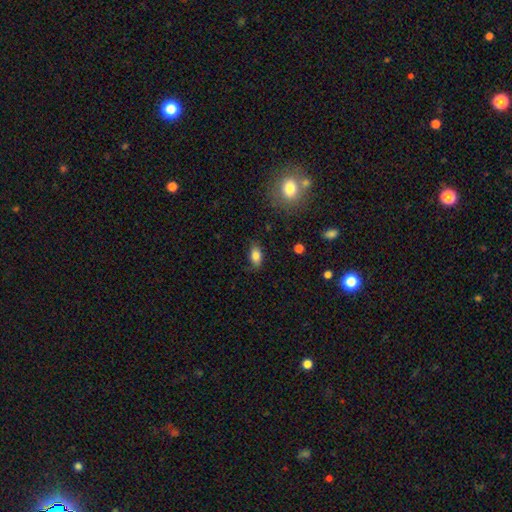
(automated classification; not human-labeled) smooth-or-featured: smooth: 84% | star or artifact: 9% | featured or disk: 8%
  how-rounded: in between: 89% | round: 7% | cigar-shaped: 4%
  merging: none: 80% | minor disturbance: 16% | major disturbance: 4% | merger: 1%